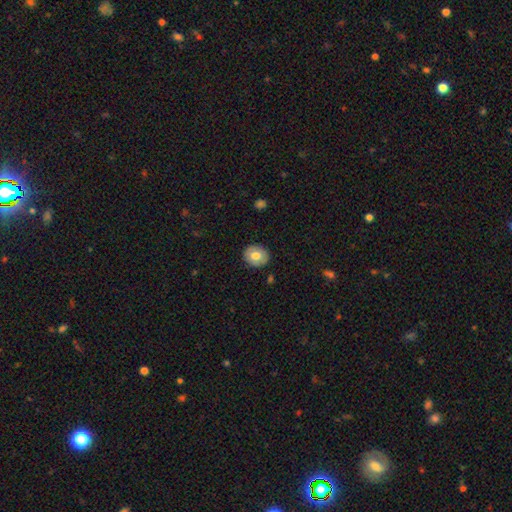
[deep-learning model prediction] This is likely a smooth galaxy (70%). How rounded: likely round (68%). Merging: clearly none (87%).